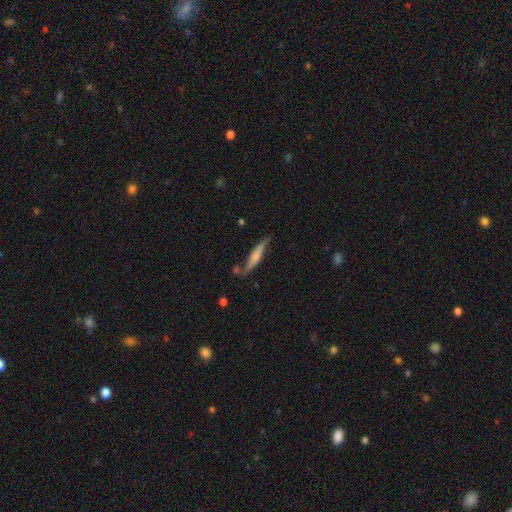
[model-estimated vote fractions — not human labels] This is possibly a smooth galaxy (48%). Merging: likely none (62%).